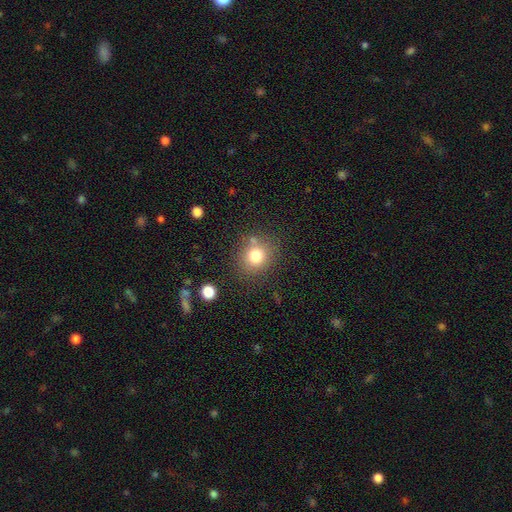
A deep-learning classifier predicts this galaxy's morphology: This is likely a smooth galaxy (78%). How rounded: likely round (77%). Merging: likely none (74%).